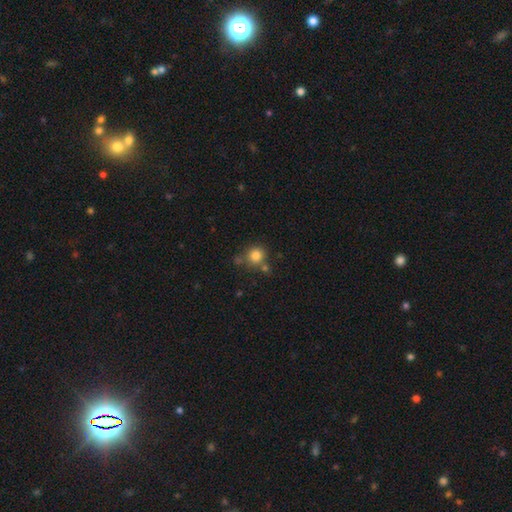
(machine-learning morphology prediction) This is clearly a smooth galaxy (81%). How rounded: clearly round (91%). Merging: likely none (68%).